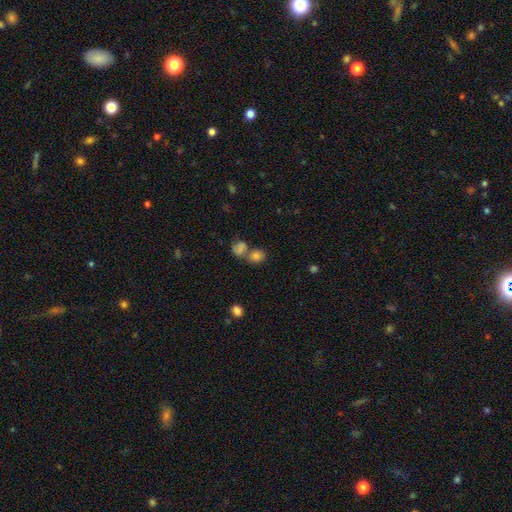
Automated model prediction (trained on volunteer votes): A smooth galaxy with no disk features (77%) that is in between round and cigar-shaped (54%). Merging: merger (46%).